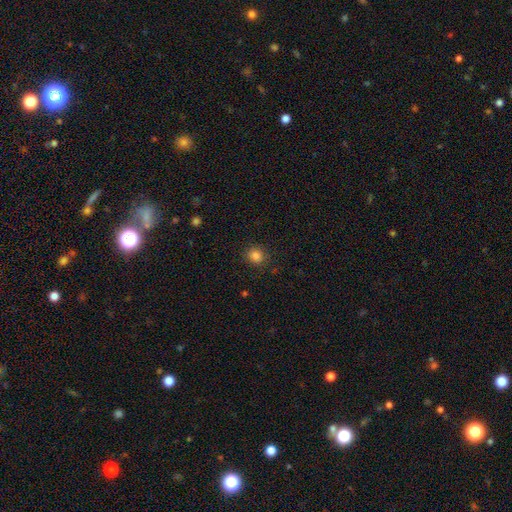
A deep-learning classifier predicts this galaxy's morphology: A smooth galaxy with no disk features (84%) that is round (83%).

Vote fractions:
- Smooth or featured? smooth: 84% / star or artifact: 12% / featured or disk: 4%
- How rounded? round: 83% / in between: 16% / cigar-shaped: 1%
- Merging? none: 88% / minor disturbance: 8% / major disturbance: 3% / merger: 1%